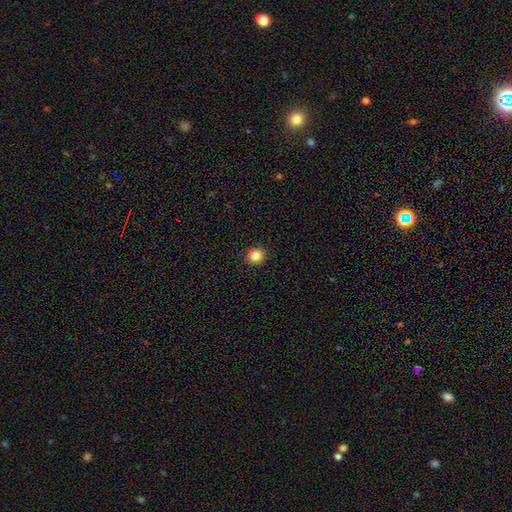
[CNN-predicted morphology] type=smooth (85%); roundness=round (91%); merging=none (92%).